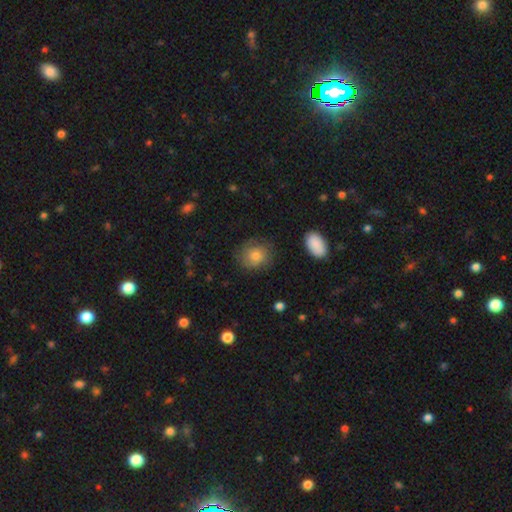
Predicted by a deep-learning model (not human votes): The model was most divided on "smooth or featured": smooth: 71%, featured or disk: 20%, star or artifact: 9%. More confident: how rounded — round (76%); merging — none (75%).